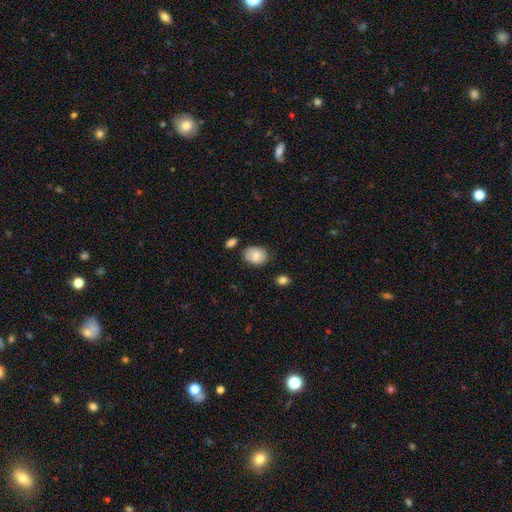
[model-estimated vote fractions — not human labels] A smooth galaxy with no disk features (76%) that is in between round and cigar-shaped (62%). Merging: none (69%).